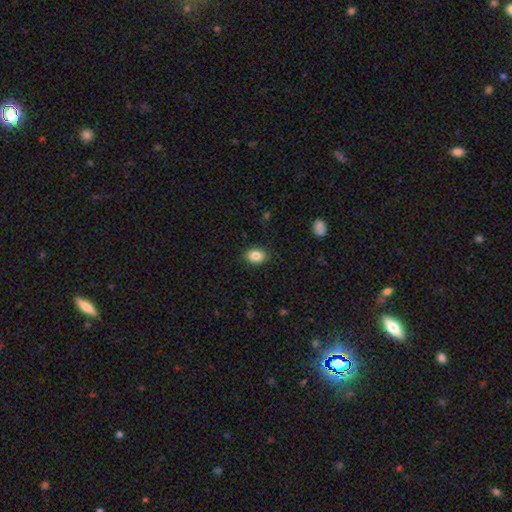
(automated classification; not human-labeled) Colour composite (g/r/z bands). It shows a smooth galaxy with no disk features (85%) that is in between round and cigar-shaped (71%). Merging: none (87%).